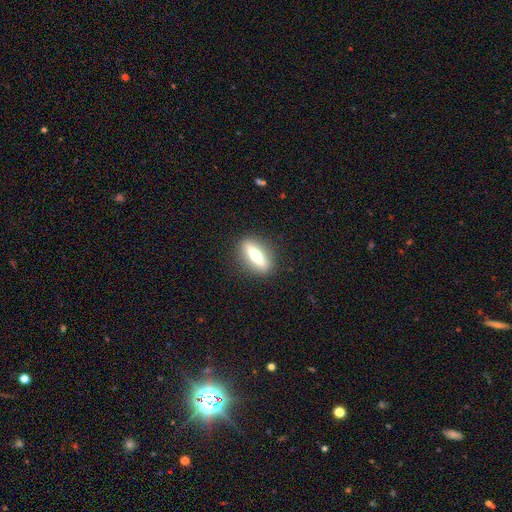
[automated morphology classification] Smooth or featured: smooth — 47% (featured or disk — 46%)
Merging: none — 88% (minor disturbance — 8%)